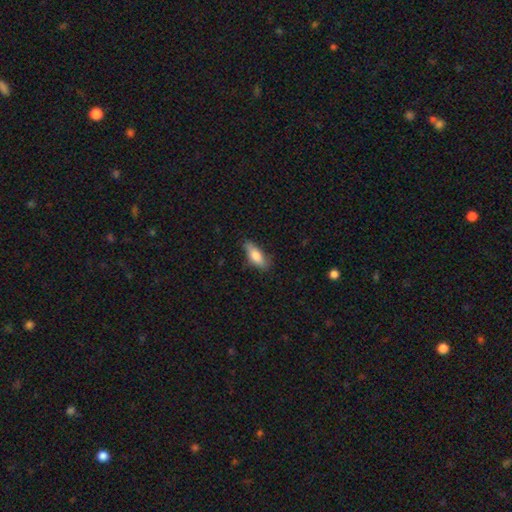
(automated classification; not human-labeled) Q: Smooth or featured?
A: smooth (79%); runner-up: featured or disk (15%)
Q: How rounded?
A: in between (71%); runner-up: cigar-shaped (27%)
Q: Merging?
A: none (74%); runner-up: minor disturbance (20%)